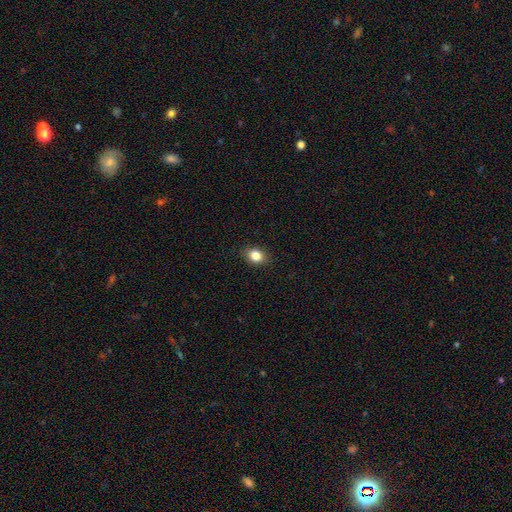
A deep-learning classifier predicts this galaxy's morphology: smooth 84%, star or artifact 10%, featured or disk 6%. Down the decision tree: how rounded — in between (55%); merging — none (88%).